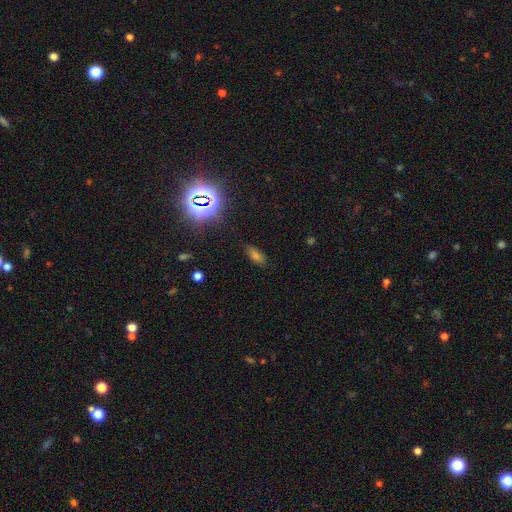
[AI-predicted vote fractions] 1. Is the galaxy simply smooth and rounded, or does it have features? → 51% smooth, 35% star or artifact, 14% featured or disk.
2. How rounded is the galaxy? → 73% in between, 19% cigar-shaped, 8% round.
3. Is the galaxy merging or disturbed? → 82% none, 12% minor disturbance, 4% major disturbance, 2% merger.